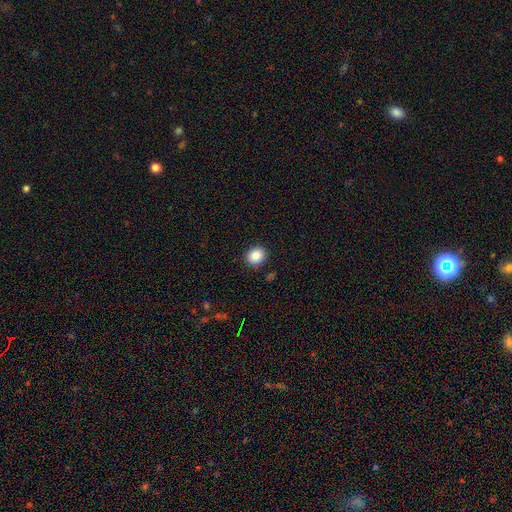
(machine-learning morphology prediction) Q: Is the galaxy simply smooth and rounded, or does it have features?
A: smooth — 86%.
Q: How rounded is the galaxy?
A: round — 76%.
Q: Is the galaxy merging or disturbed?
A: none — 90%.